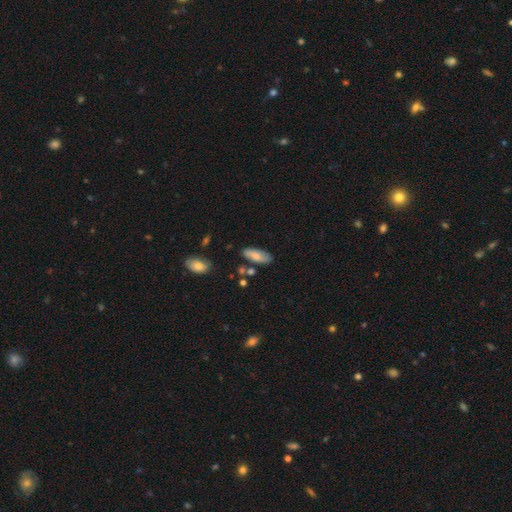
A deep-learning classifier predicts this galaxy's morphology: This appears to be a smooth galaxy with no disk features (78%) that is in between round and cigar-shaped (77%). Merging: none (74%).